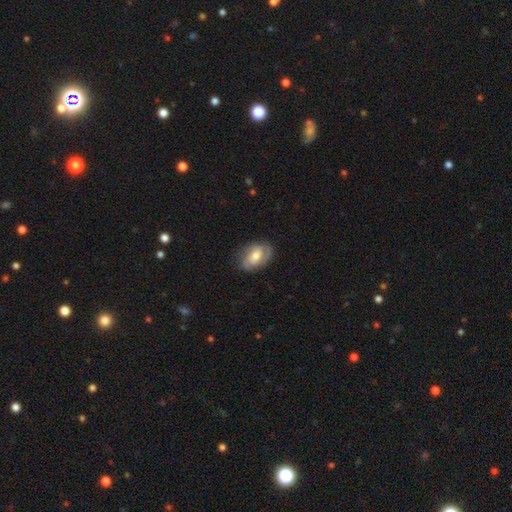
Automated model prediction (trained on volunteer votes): A featured or disk galaxy (67%) with no bar (52%), 2 (63%) tight (43%) spiral arms (89%) and a moderate central bulge (61%).

Vote fractions:
- Smooth or featured? featured or disk: 67% / smooth: 27% / star or artifact: 6%
- Edge-on disk? no: 96% / yes: 4%
- Bar? no: 52% / weak: 37% / strong: 11%
- Spiral arms? yes: 89% / no: 11%
- Spiral winding? tight: 43% / medium: 42% / loose: 16%
- Spiral arm count? 2: 63% / can't tell: 17% / 3: 12% / 1: 4% / 4: 2% / more than 4: 2%
- Bulge size? moderate: 61% / small: 28% / large: 8% / none: 2% / dominant: 1%
- Merging? none: 74% / minor disturbance: 18% / major disturbance: 6% / merger: 1%